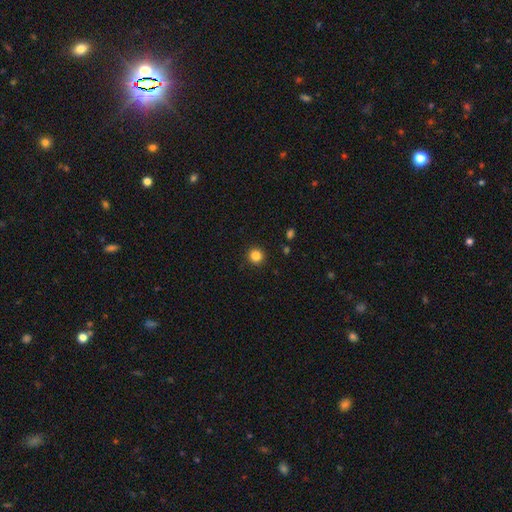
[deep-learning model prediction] Morphology: type=smooth (85%); roundness=round (94%); merging=none (92%).